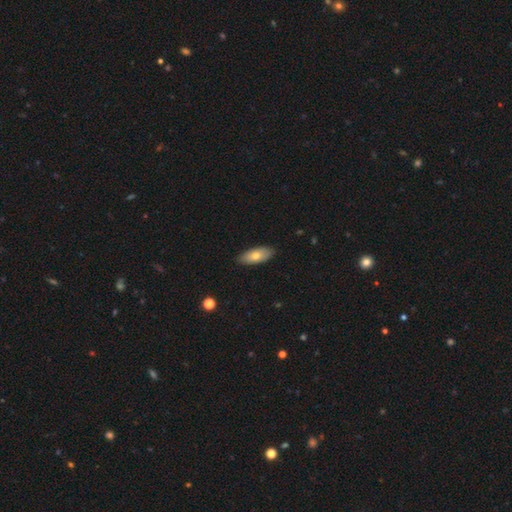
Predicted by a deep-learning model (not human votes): This appears to be a smooth galaxy with no disk features (71%) that is in between round and cigar-shaped (83%). Merging: none (87%).